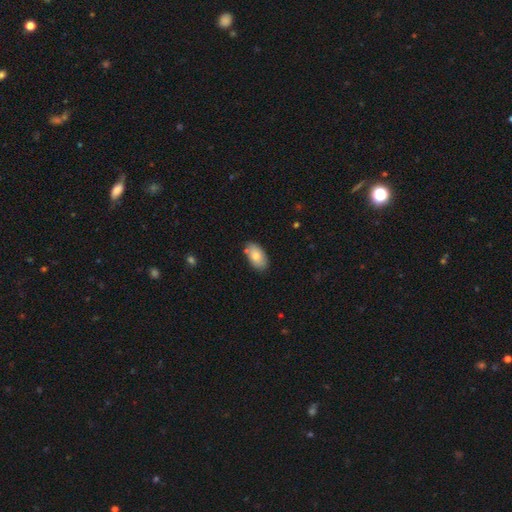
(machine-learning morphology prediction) smooth_or_featured: smooth (p=0.77) [alt: featured or disk p=0.17]
how_rounded: in between (p=0.93) [alt: round p=0.05]
merging: none (p=0.79) [alt: minor disturbance p=0.15]